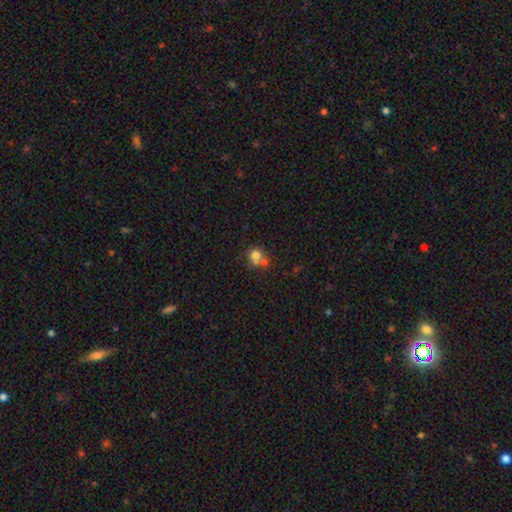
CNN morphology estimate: The model was most divided on "merging": merger: 48%, none: 39%, minor disturbance: 8%, major disturbance: 5%. More confident: how rounded — round (82%); smooth or featured — smooth (69%).